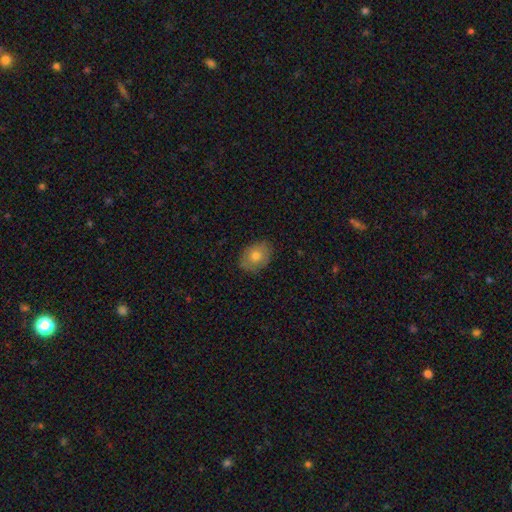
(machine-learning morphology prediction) The model was most divided on "how rounded": in between: 69%, round: 30%, cigar-shaped: 1%. More confident: merging — none (81%); smooth or featured — smooth (70%).